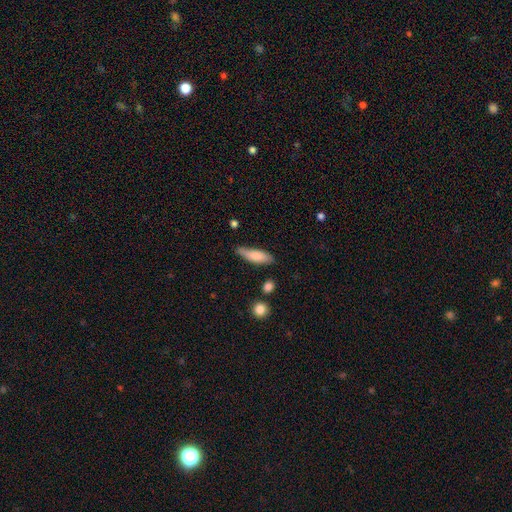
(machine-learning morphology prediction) Smooth or featured? Predicted: smooth (p=0.77). How rounded? Predicted: cigar-shaped (p=0.50). Merging? Predicted: none (p=0.67).